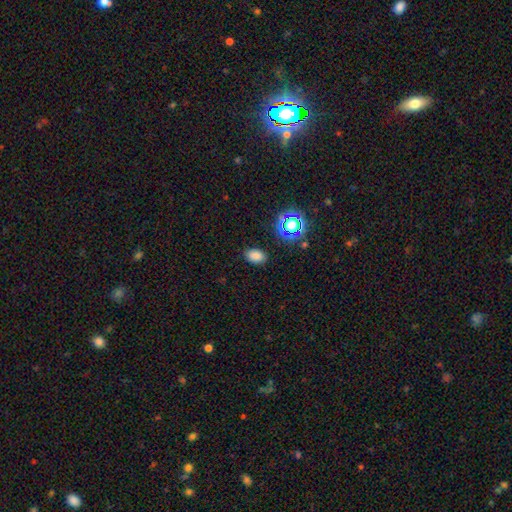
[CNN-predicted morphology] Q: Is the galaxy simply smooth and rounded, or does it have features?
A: smooth — 78%.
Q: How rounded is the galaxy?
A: in between — 84%.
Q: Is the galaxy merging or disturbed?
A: none — 85%.